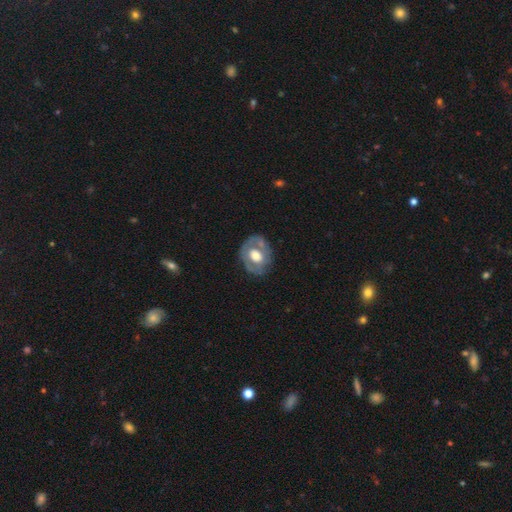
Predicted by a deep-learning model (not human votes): The model was most divided on "bulge size": large: 46%, moderate: 44%, small: 4%, dominant: 4%, none: 2%. More confident: edge-on disk — no (94%); bar — no (75%); spiral arms — no (74%); merging — none (67%); smooth or featured — featured or disk (55%).